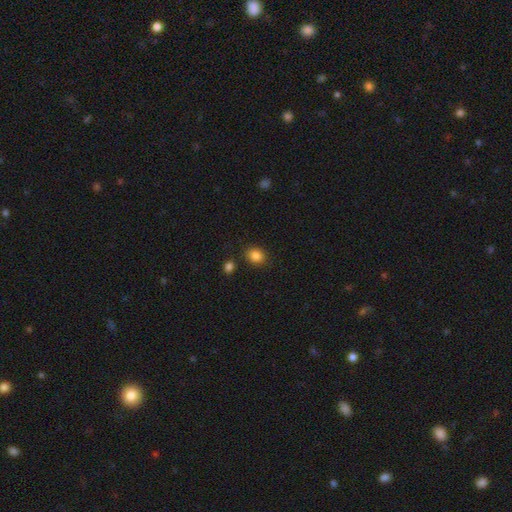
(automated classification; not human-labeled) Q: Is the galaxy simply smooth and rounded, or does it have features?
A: smooth — 86%.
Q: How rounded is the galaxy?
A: round — 61%.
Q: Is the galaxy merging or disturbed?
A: none — 84%.